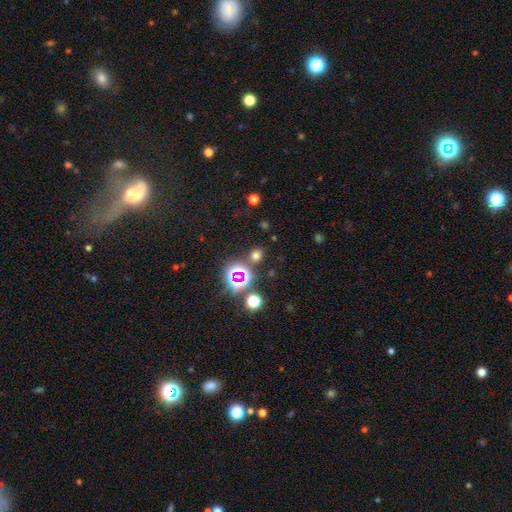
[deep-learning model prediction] This appears to be a smooth galaxy with no disk features (60%) that is round (79%). Merging: none (82%).